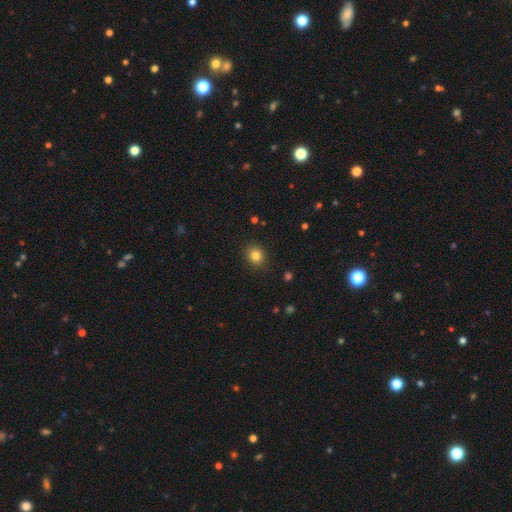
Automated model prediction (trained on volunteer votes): Smooth or featured? smooth (83%)
How rounded? round (78%)
Merging? none (90%)